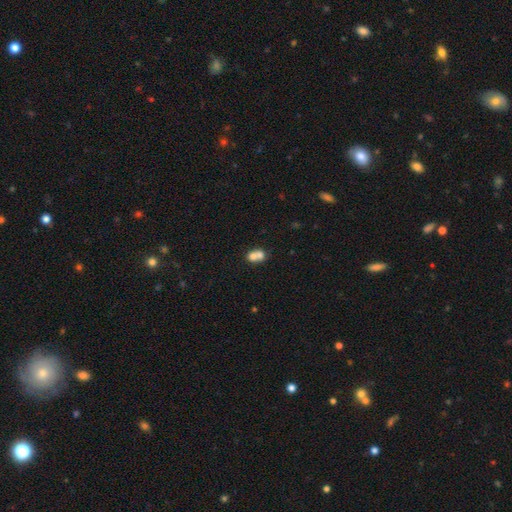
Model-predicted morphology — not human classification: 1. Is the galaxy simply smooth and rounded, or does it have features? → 68% smooth, 21% featured or disk, 10% star or artifact.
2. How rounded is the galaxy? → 56% round, 42% in between, 1% cigar-shaped.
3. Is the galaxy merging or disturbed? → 70% merger, 22% none, 6% minor disturbance, 3% major disturbance.